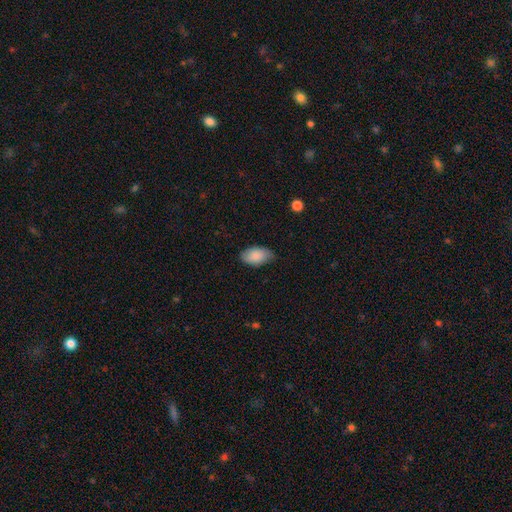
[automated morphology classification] Overall: smooth (86%). How rounded: in between (94%). Merging: none (74%).